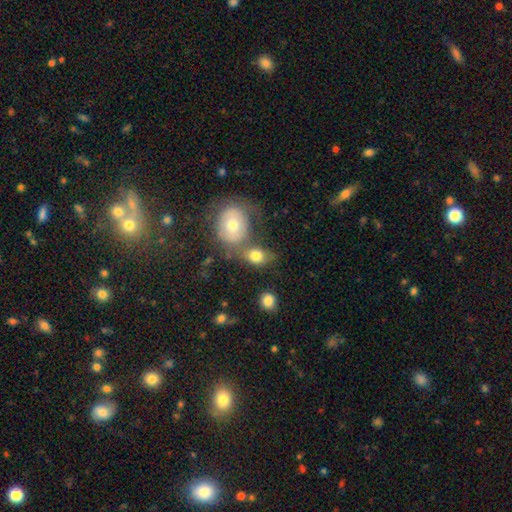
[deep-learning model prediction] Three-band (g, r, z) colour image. It shows a smooth galaxy with no disk features (76%) that is in between round and cigar-shaped (60%). Merging: none (39%).